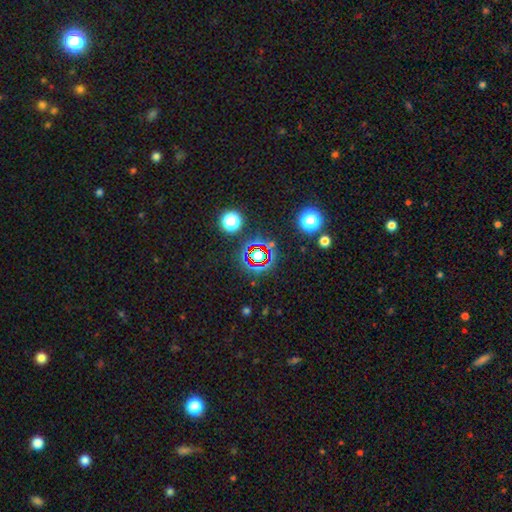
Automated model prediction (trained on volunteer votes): smooth-or-featured: star or artifact: 69% | smooth: 20% | featured or disk: 11%